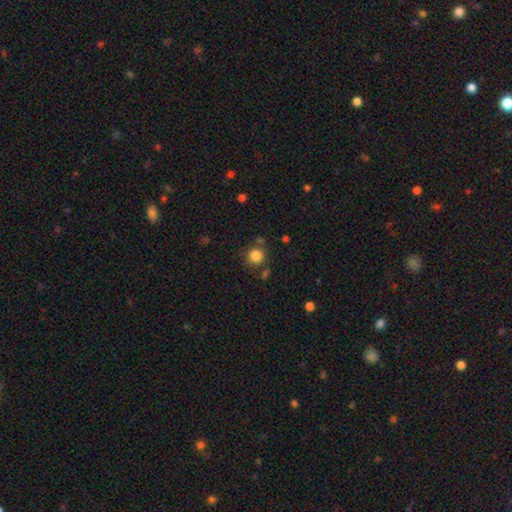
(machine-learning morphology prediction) Smooth or featured? Predicted: smooth (p=0.84). How rounded? Predicted: round (p=0.92). Merging? Predicted: none (p=0.79).